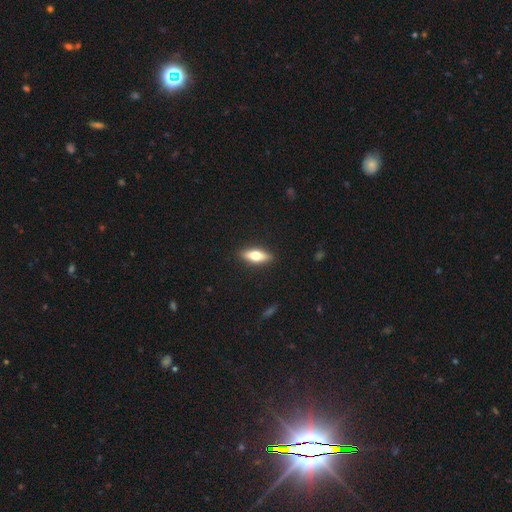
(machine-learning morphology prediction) This is possibly a smooth galaxy (60%). How rounded: likely in between (61%). Merging: clearly none (90%).